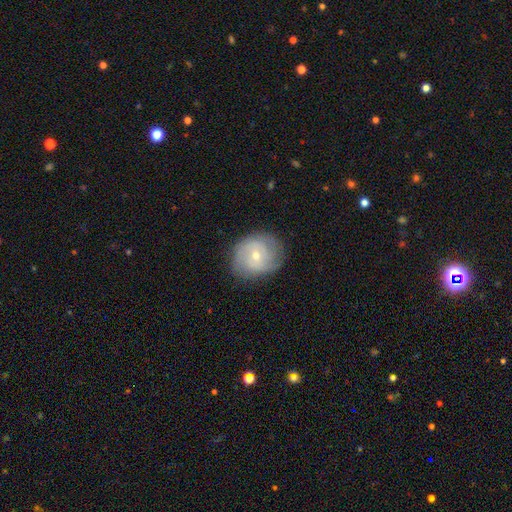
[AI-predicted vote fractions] smooth-or-featured: featured or disk: 55% | smooth: 37% | star or artifact: 8%
  disk-edge-on: no: 96% | yes: 4%
    bar: no: 62% | weak: 32% | strong: 6%
    has-spiral-arms: yes: 78% | no: 22%
    bulge-size: small: 56% | moderate: 41% | large: 2% | none: 1% | dominant: 1%
  merging: none: 73% | minor disturbance: 19% | major disturbance: 6% | merger: 1%